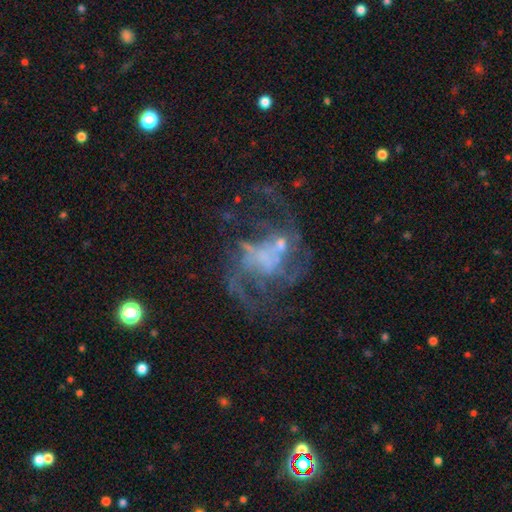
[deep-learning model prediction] Overall: featured or disk (75%). Edge-on disk: no (98%). Bar: no (70%). Spiral arms: yes (66%; no 34%). Bulge size: none (47%; small 26%). Merging: none (39%; major disturbance 38%).